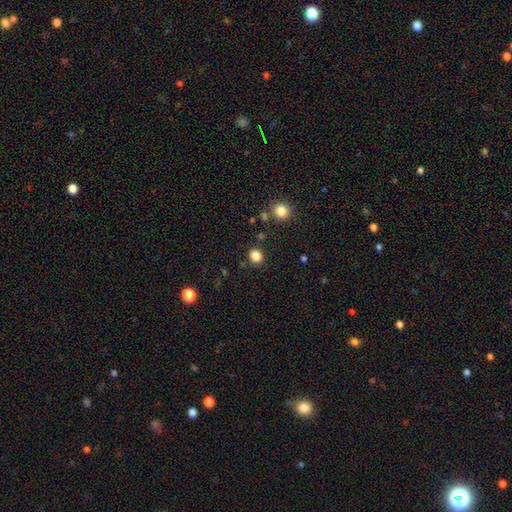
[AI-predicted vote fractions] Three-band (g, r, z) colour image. It shows a smooth galaxy with no disk features (85%) that is round (76%). Merging: none (87%).